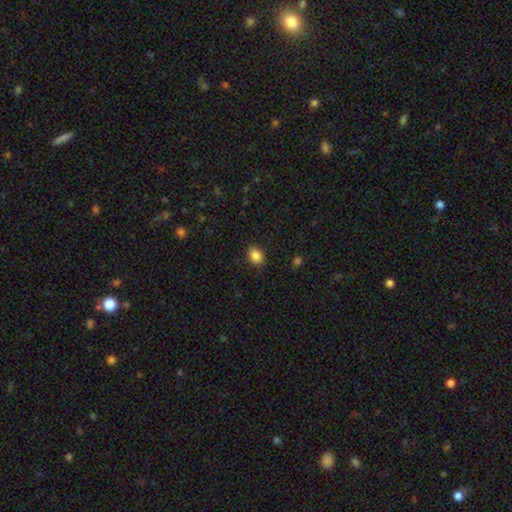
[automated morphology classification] A smooth galaxy with no disk features (86%) that is in between round and cigar-shaped (68%). Merging: none (86%).